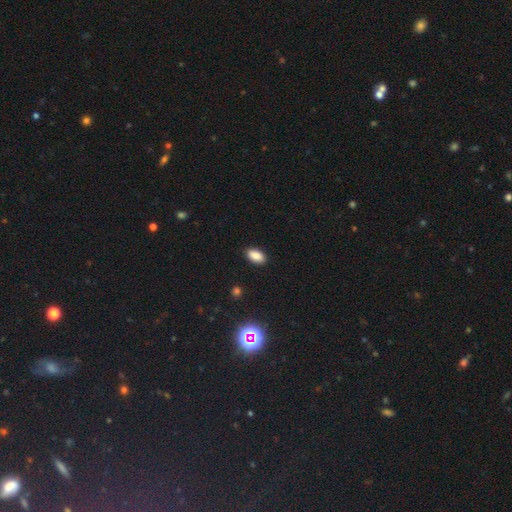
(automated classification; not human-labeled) smooth-or-featured: smooth: 87% | star or artifact: 9% | featured or disk: 4%
  how-rounded: in between: 93% | round: 5% | cigar-shaped: 3%
  merging: none: 89% | minor disturbance: 8% | major disturbance: 2% | merger: 1%